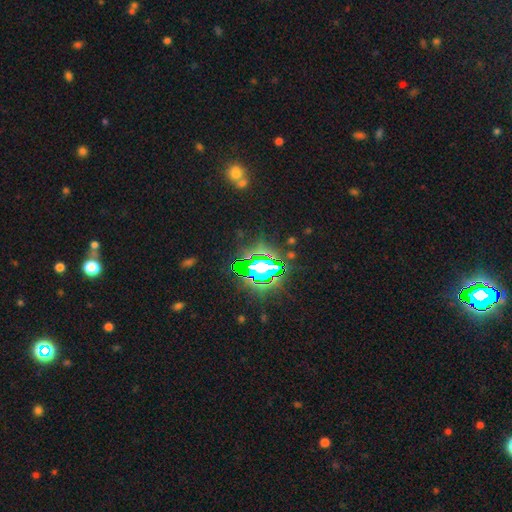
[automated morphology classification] The model was most divided on "smooth or featured": star or artifact: 79%, smooth: 13%, featured or disk: 9%.